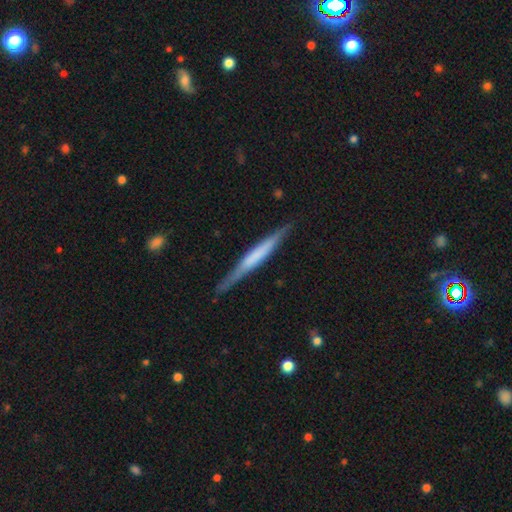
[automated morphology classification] Overall: featured or disk (58%; smooth 37%). Edge-on disk: yes (97%). Edge-on bulge: none (49%; boxy 32%). Merging: none (86%).